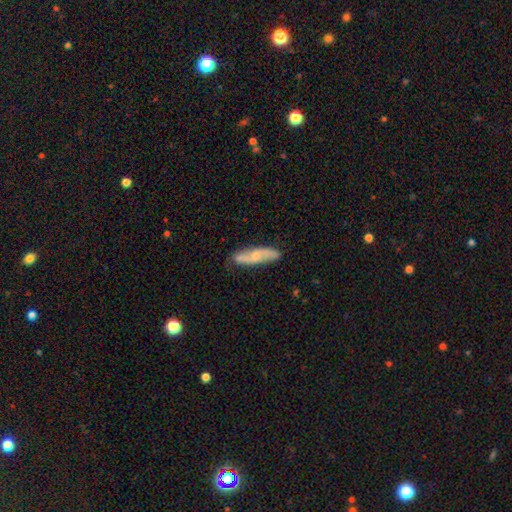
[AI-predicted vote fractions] featured or disk 54%, smooth 40%, star or artifact 6%. Down the decision tree: edge-on disk — no (70%); merging — none (78%).